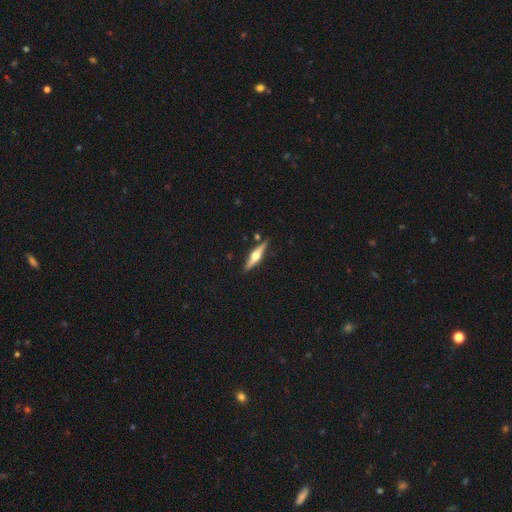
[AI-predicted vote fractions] Smooth or featured: featured or disk — 74% (smooth — 21%)
Edge-on disk: yes — 97% (no — 3%)
Edge-on bulge: rounded — 96% (boxy — 3%)
Merging: none — 86% (minor disturbance — 9%)